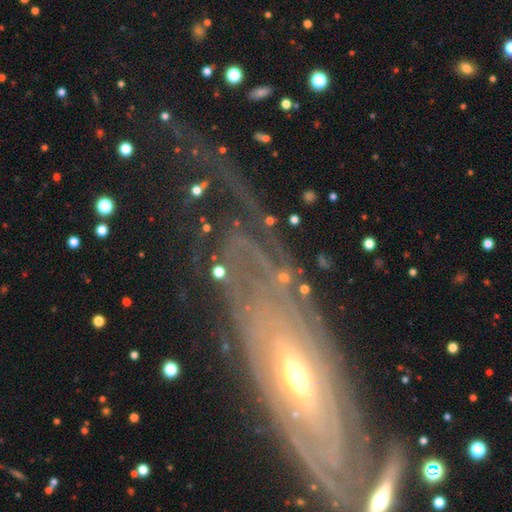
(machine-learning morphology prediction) Q: Smooth or featured?
A: featured or disk (82%); runner-up: smooth (10%)
Q: Edge-on disk?
A: no (81%); runner-up: yes (19%)
Q: Bar?
A: no (55%); runner-up: weak (30%)
Q: Spiral arms?
A: yes (86%); runner-up: no (14%)
Q: Spiral winding?
A: tight (73%); runner-up: medium (20%)
Q: Spiral arm count?
A: can't tell (56%); runner-up: 2 (13%)
Q: Bulge size?
A: moderate (54%); runner-up: small (37%)
Q: Merging?
A: none (68%); runner-up: minor disturbance (16%)